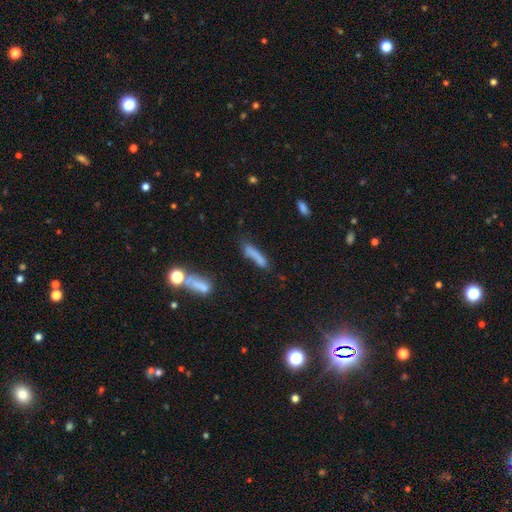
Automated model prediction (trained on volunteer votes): Q: Smooth or featured?
A: smooth (69%); runner-up: featured or disk (19%)
Q: How rounded?
A: cigar-shaped (77%); runner-up: in between (20%)
Q: Merging?
A: none (46%); runner-up: minor disturbance (24%)